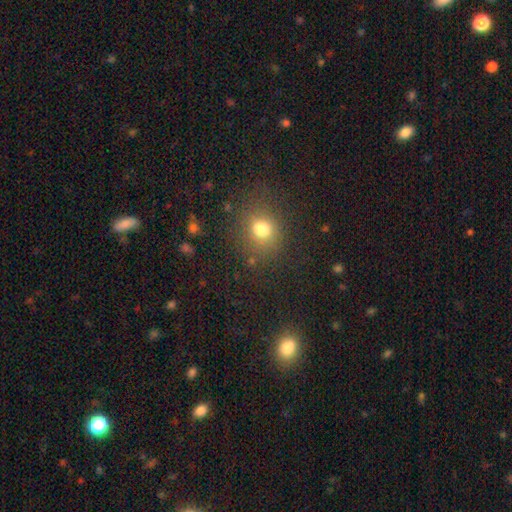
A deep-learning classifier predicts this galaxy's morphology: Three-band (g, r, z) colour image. It shows a smooth galaxy with no disk features (73%) that is round (74%). Merging: none (81%).